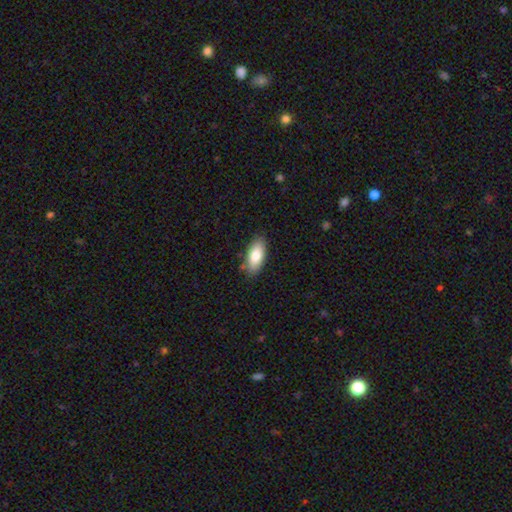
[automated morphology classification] smooth 80%, featured or disk 14%, star or artifact 6%. Down the decision tree: how rounded — in between (87%); merging — none (84%).